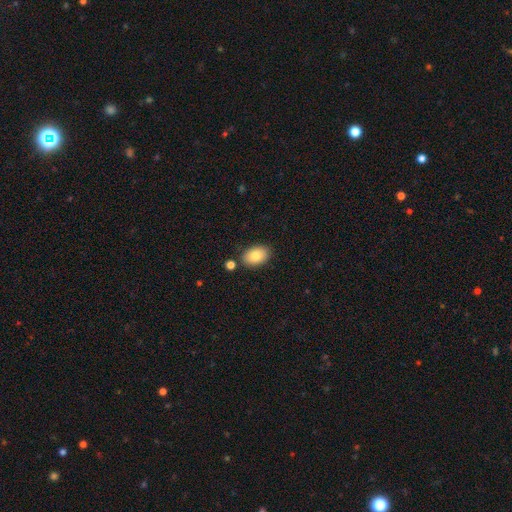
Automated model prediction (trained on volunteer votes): Smooth or featured? smooth (82%)
How rounded? in between (88%)
Merging? none (83%)